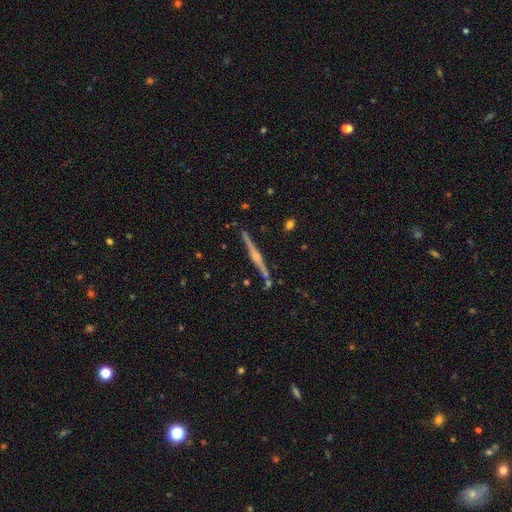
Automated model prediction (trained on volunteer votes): featured or disk 80%, smooth 14%, star or artifact 6%. Down the decision tree: edge-on disk — yes (98%); edge-on bulge — rounded (81%); merging — none (88%).